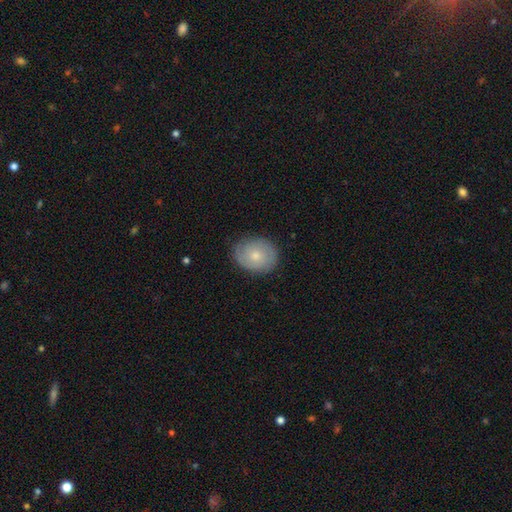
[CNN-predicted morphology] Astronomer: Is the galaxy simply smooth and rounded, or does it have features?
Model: smooth — 61%.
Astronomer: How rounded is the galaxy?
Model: round — 53% (runner-up: in between, 46%).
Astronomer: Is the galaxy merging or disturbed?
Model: none — 81%.